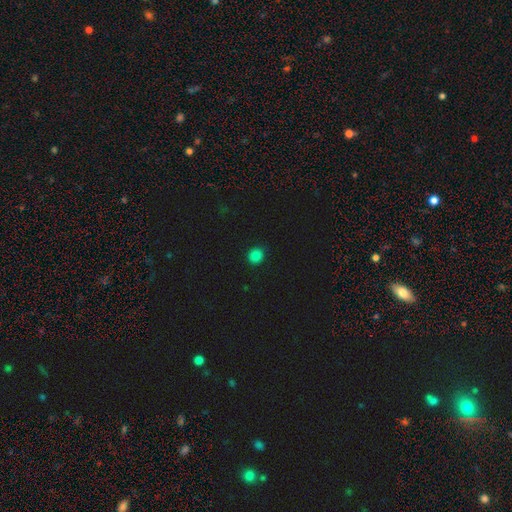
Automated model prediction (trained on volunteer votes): The model was most divided on "how rounded": round: 84%, in between: 15%, cigar-shaped: 1%. More confident: merging — none (90%); smooth or featured — smooth (84%).